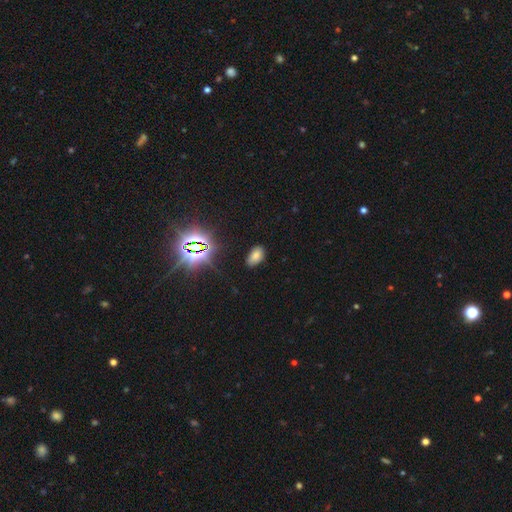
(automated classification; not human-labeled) A smooth galaxy with no disk features (70%) that is in between round and cigar-shaped (92%).

Vote fractions:
- Smooth or featured? smooth: 70% / star or artifact: 23% / featured or disk: 7%
- How rounded? in between: 92% / round: 6% / cigar-shaped: 2%
- Merging? none: 83% / minor disturbance: 13% / major disturbance: 3% / merger: 2%